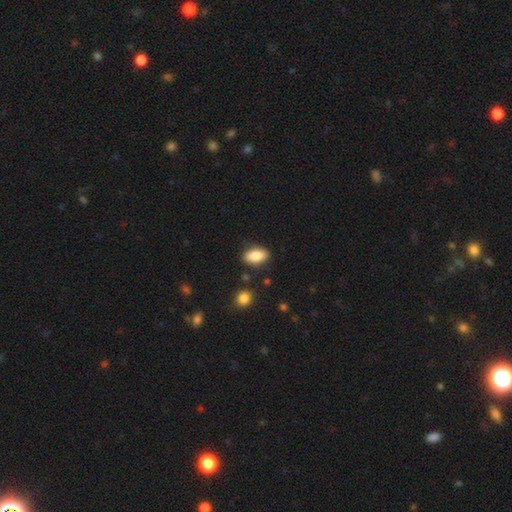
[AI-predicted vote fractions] smooth_or_featured: smooth (p=0.83) [alt: featured or disk p=0.10]
how_rounded: in between (p=0.89) [alt: round p=0.06]
merging: none (p=0.83) [alt: minor disturbance p=0.12]